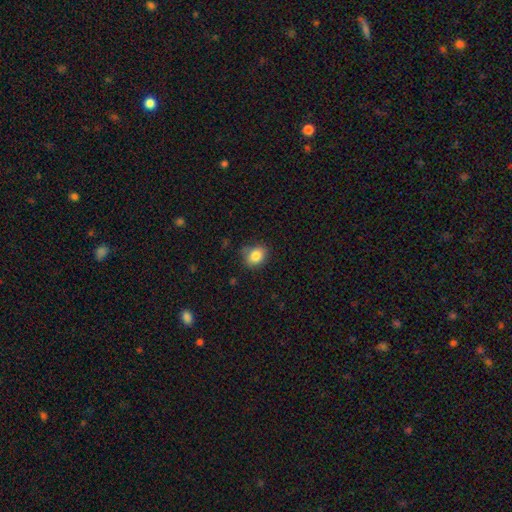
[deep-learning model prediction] This appears to be a smooth galaxy with no disk features (85%) that is round (53%). Merging: none (76%).